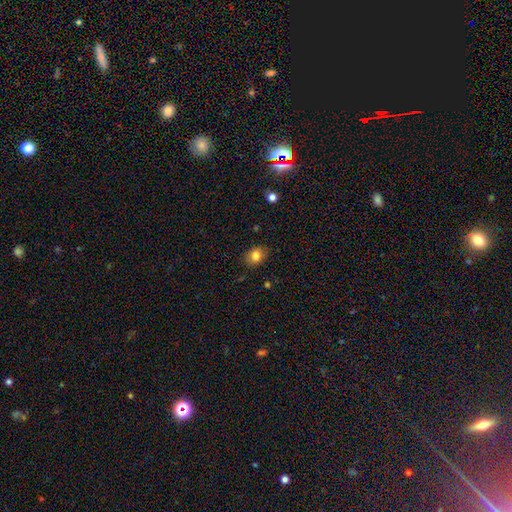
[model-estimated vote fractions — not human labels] This appears to be a smooth galaxy with no disk features (82%) that is in between round and cigar-shaped (54%). Merging: none (84%).